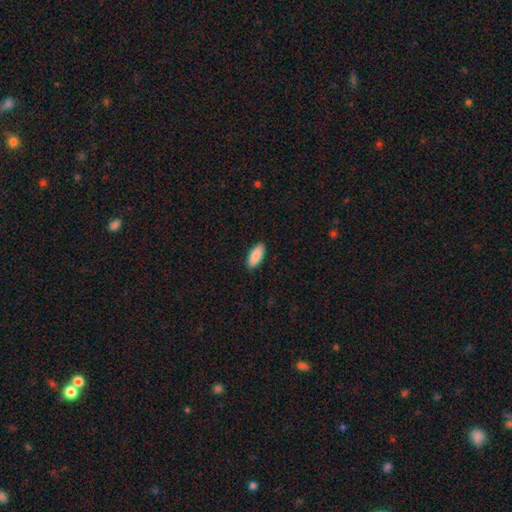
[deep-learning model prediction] smooth 89%, star or artifact 6%, featured or disk 5%. Down the decision tree: how rounded — in between (85%); merging — none (90%).